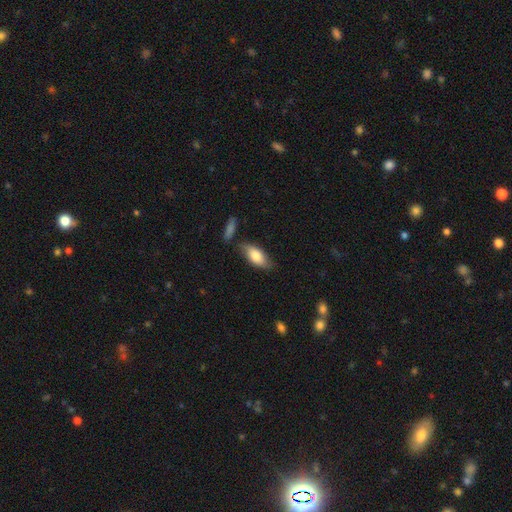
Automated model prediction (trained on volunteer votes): Smooth or featured: smooth — 77% (featured or disk — 17%)
How rounded: in between — 86% (cigar-shaped — 12%)
Merging: none — 73% (minor disturbance — 17%)